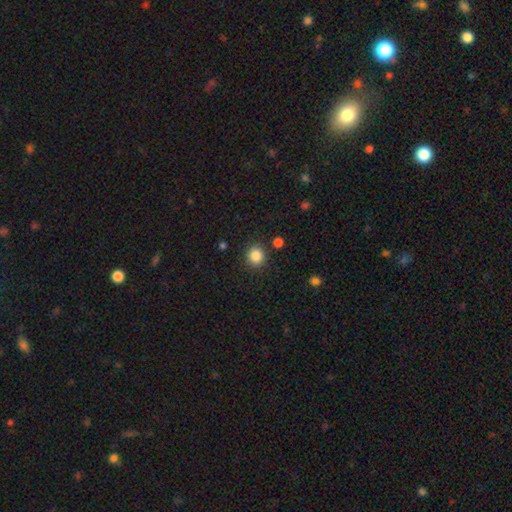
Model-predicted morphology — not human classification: smooth-or-featured: smooth: 85% | star or artifact: 11% | featured or disk: 4%
  how-rounded: round: 85% | in between: 14% | cigar-shaped: 1%
  merging: none: 88% | minor disturbance: 7% | merger: 3% | major disturbance: 2%